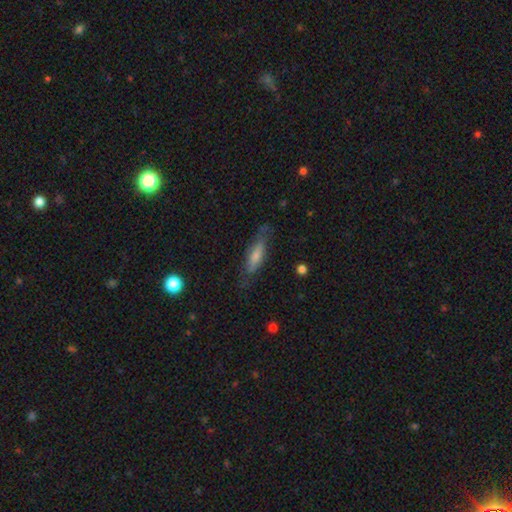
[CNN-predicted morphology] smooth-or-featured: smooth: 50% | featured or disk: 42% | star or artifact: 8%
  merging: none: 72% | minor disturbance: 19% | major disturbance: 7% | merger: 2%